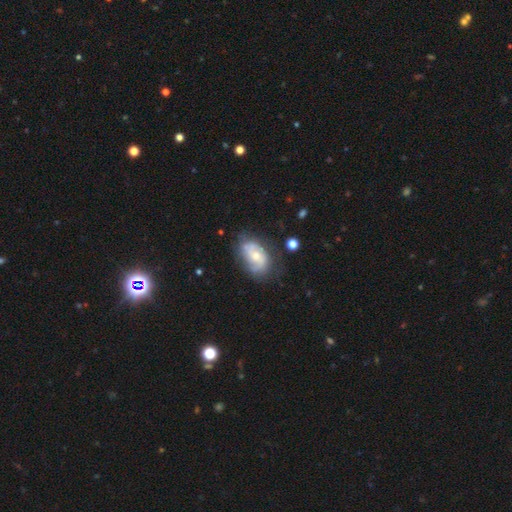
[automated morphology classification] Q: Smooth or featured?
A: featured or disk (70%); runner-up: smooth (24%)
Q: Edge-on disk?
A: no (96%); runner-up: yes (4%)
Q: Bar?
A: no (64%); runner-up: weak (31%)
Q: Spiral arms?
A: yes (85%); runner-up: no (15%)
Q: Spiral winding?
A: medium (43%); runner-up: tight (34%)
Q: Spiral arm count?
A: 2 (59%); runner-up: can't tell (24%)
Q: Bulge size?
A: moderate (47%); runner-up: small (46%)
Q: Merging?
A: none (62%); runner-up: minor disturbance (24%)